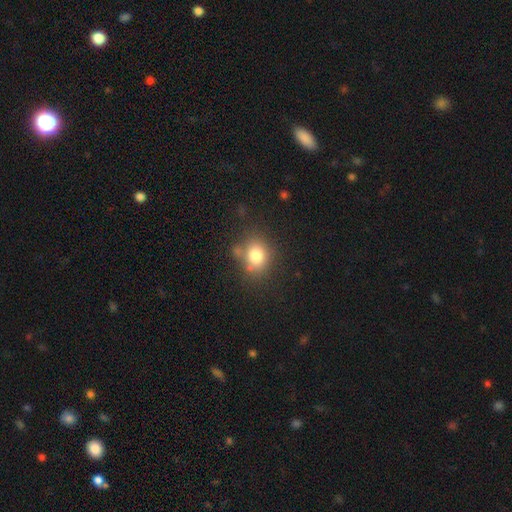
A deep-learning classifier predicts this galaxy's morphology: The model was most divided on "how rounded": round: 57%, in between: 42%, cigar-shaped: 1%. More confident: smooth or featured — smooth (81%); merging — none (61%).